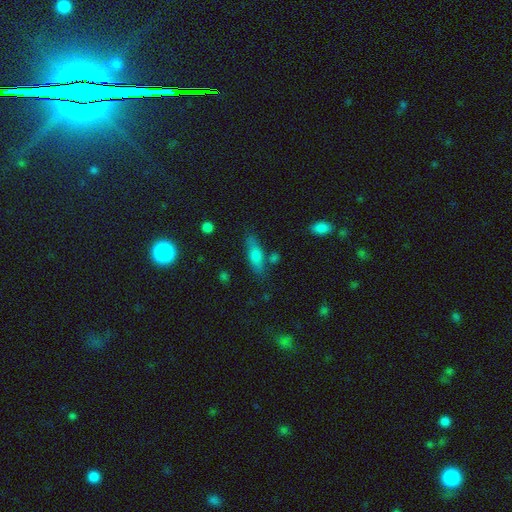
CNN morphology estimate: smooth 71%, featured or disk 21%, star or artifact 8%. Down the decision tree: how rounded — in between (56%); merging — none (72%).